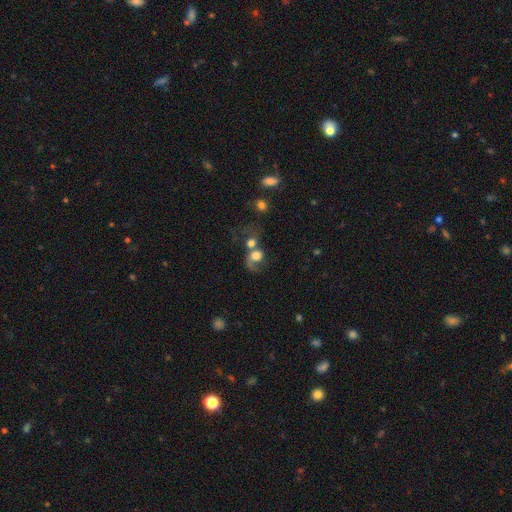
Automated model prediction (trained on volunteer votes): Morphology: type=smooth (50%); roundness=round (64%); merging=merger (48%).